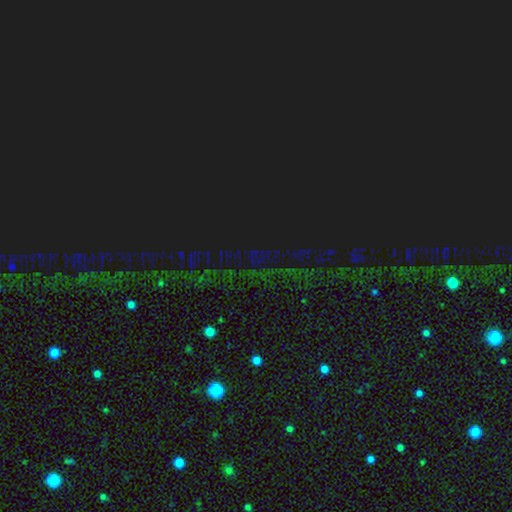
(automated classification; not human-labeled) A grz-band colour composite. It shows a star or artifact, not a galaxy (85%).